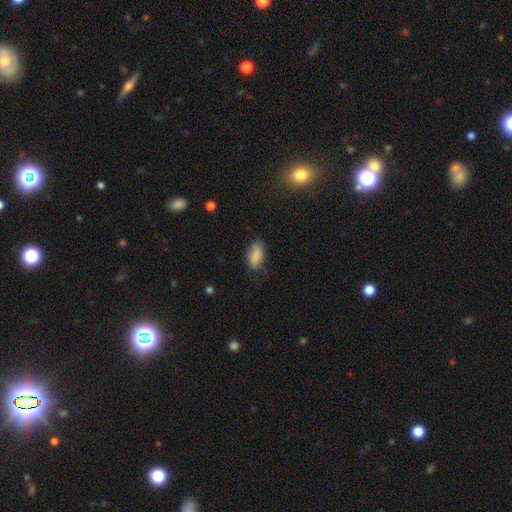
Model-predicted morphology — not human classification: smooth_or_featured: smooth (p=0.82) [alt: featured or disk p=0.10]
how_rounded: in between (p=0.89) [alt: cigar-shaped p=0.07]
merging: none (p=0.65) [alt: minor disturbance p=0.26]